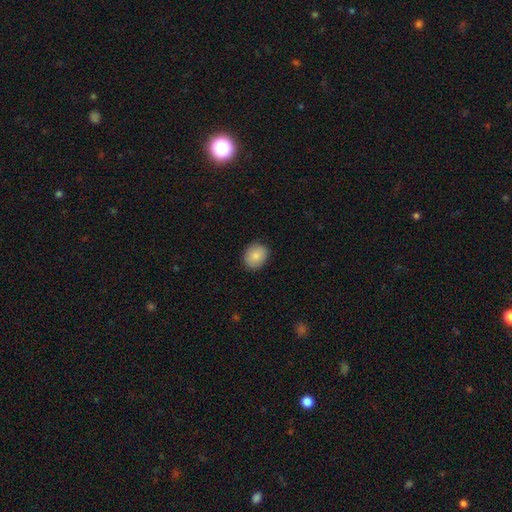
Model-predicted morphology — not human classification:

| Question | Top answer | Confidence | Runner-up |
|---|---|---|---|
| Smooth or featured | smooth | 86% | star or artifact (7%) |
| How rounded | round | 57% | in between (42%) |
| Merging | none | 87% | minor disturbance (10%) |